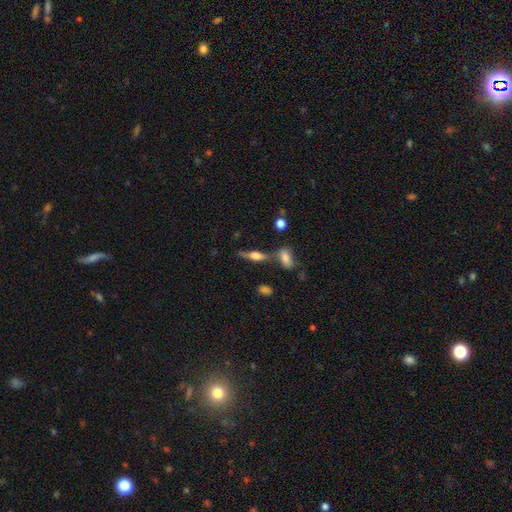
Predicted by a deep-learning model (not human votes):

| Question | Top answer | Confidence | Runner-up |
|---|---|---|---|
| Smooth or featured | featured or disk | 48% | smooth (43%) |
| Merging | none | 62% | merger (17%) |